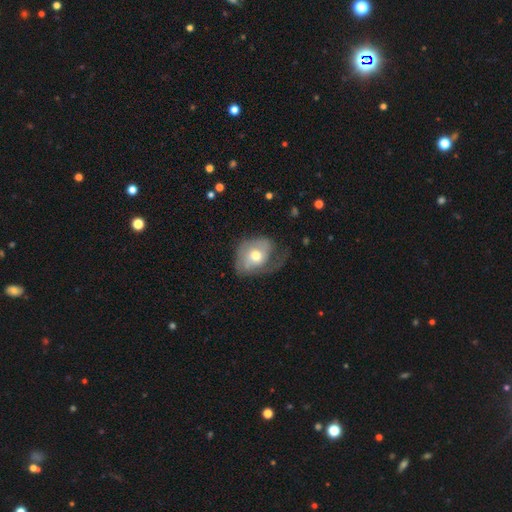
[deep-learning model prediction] A smooth galaxy with no disk features (48%).

Vote fractions:
- Smooth or featured? smooth: 48% / featured or disk: 45% / star or artifact: 7%
- Merging? major disturbance: 37% / minor disturbance: 30% / none: 30% / merger: 2%